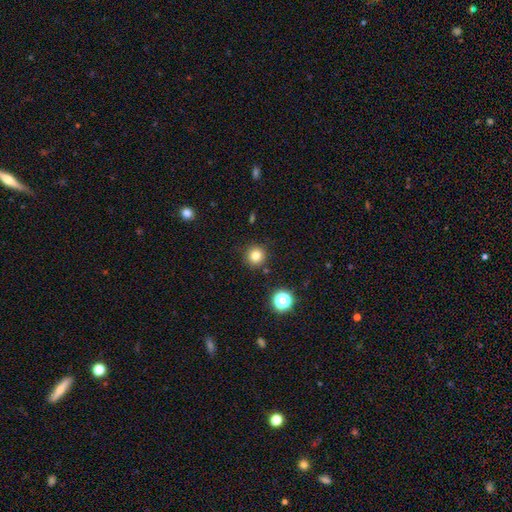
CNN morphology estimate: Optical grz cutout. It shows a smooth galaxy with no disk features (79%) that is round (95%). Merging: none (88%).